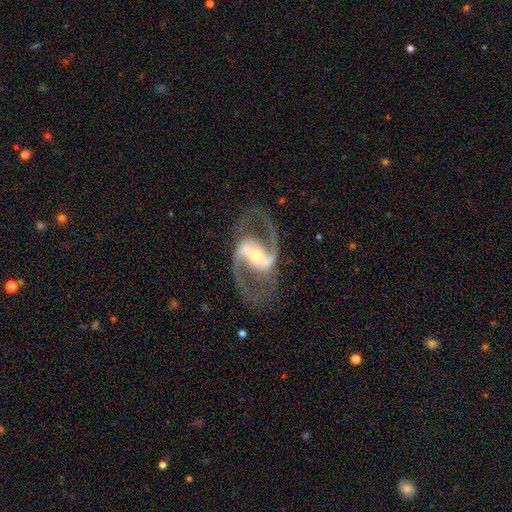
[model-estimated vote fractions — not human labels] featured or disk 93%, star or artifact 4%, smooth 3%. Down the decision tree: edge-on disk — no (97%); bar — strong (59%); spiral arms — yes (98%); spiral arm count — 2 (94%); spiral winding — medium (59%); bulge size — small (47%); merging — none (80%).